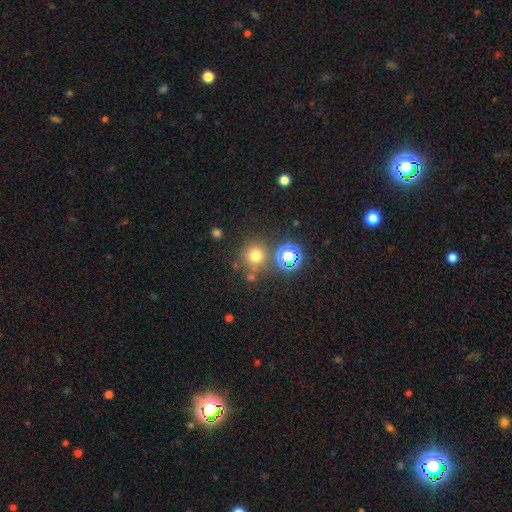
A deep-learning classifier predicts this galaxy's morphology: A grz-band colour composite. It shows a smooth galaxy with no disk features (70%) that is round (93%). Merging: none (76%).